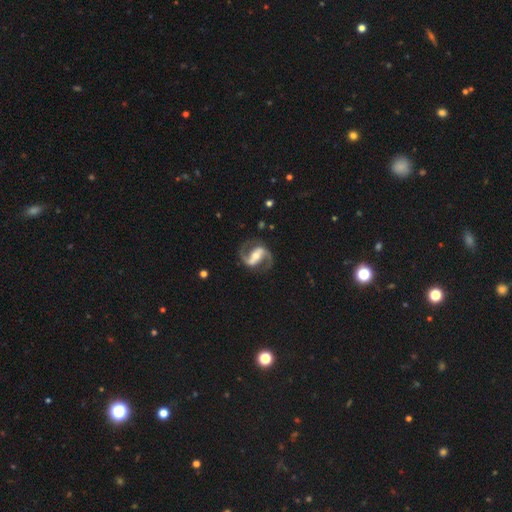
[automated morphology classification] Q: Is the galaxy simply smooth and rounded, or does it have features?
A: featured or disk — 91%.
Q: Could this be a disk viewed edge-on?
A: no — 97%.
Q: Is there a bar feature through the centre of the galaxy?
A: strong — 57%.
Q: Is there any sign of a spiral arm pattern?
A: yes — 97%.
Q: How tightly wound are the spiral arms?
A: medium — 57%.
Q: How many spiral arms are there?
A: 2 — 94%.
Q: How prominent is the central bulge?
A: moderate — 58%.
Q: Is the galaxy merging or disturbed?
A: none — 81%.